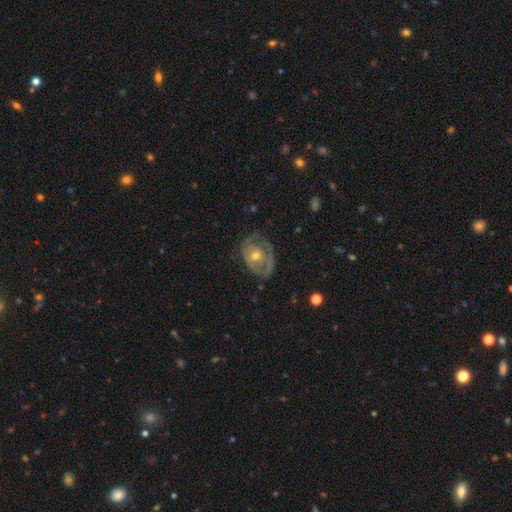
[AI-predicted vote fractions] Smooth or featured: featured or disk — 69% (smooth — 25%)
Edge-on disk: no — 96% (yes — 4%)
Bar: no — 79% (weak — 17%)
Spiral arms: yes — 55% (no — 45%)
Bulge size: moderate — 61% (small — 34%)
Merging: none — 58% (minor disturbance — 26%)